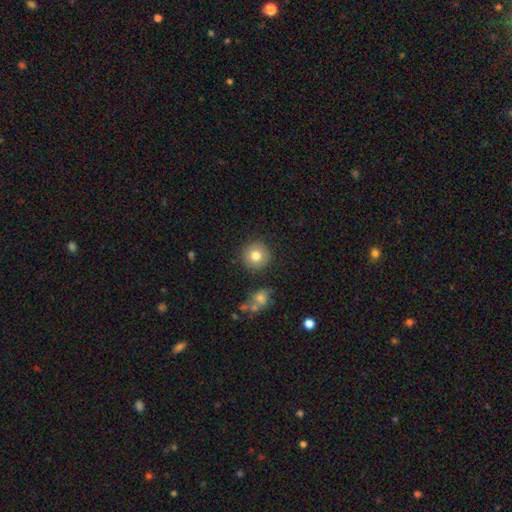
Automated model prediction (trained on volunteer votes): Q: Smooth or featured?
A: smooth (81%); runner-up: featured or disk (10%)
Q: How rounded?
A: round (94%); runner-up: in between (5%)
Q: Merging?
A: none (88%); runner-up: minor disturbance (7%)